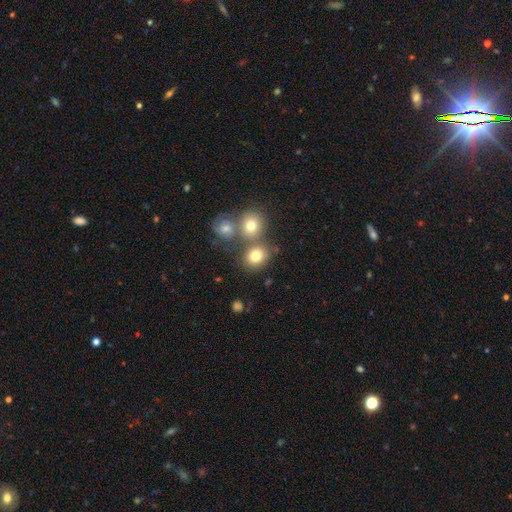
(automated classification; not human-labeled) Smooth or featured?
  - smooth: 76% *
  - star or artifact: 13%
  - featured or disk: 11%
How rounded?
  - round: 67% *
  - in between: 32%
  - cigar-shaped: 1%
Merging?
  - none: 60% *
  - merger: 26%
  - minor disturbance: 10%
  - major disturbance: 4%